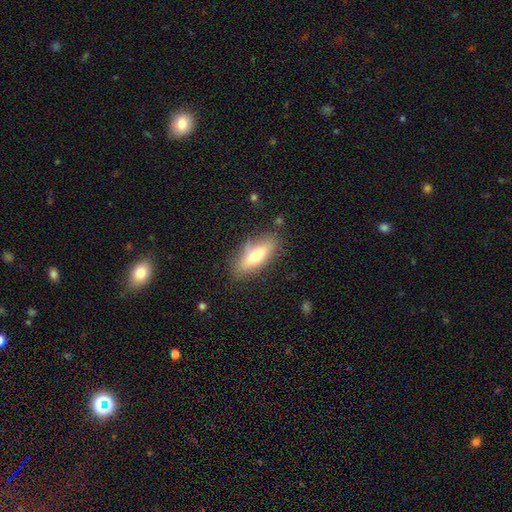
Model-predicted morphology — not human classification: smooth-or-featured: smooth: 65% | featured or disk: 28% | star or artifact: 7%
  how-rounded: in between: 67% | cigar-shaped: 30% | round: 3%
  merging: none: 76% | minor disturbance: 17% | major disturbance: 5% | merger: 2%